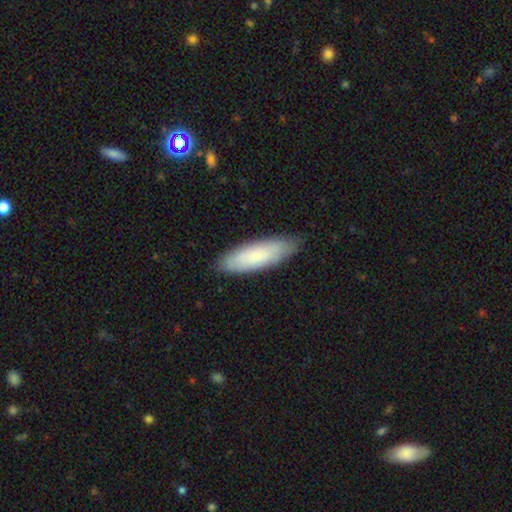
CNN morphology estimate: Smooth or featured?
  - smooth: 73% *
  - featured or disk: 21%
  - star or artifact: 6%
How rounded?
  - in between: 52% *
  - cigar-shaped: 46%
  - round: 2%
Merging?
  - none: 83% *
  - minor disturbance: 14%
  - major disturbance: 2%
  - merger: 1%